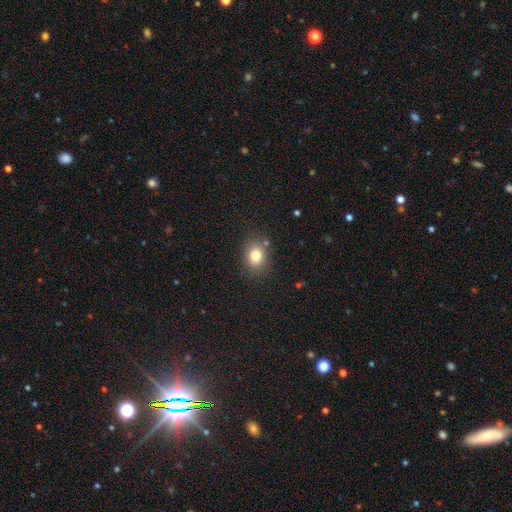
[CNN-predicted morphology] The model was most divided on "how rounded": round: 51%, in between: 48%, cigar-shaped: 1%. More confident: smooth or featured — smooth (81%); merging — none (80%).